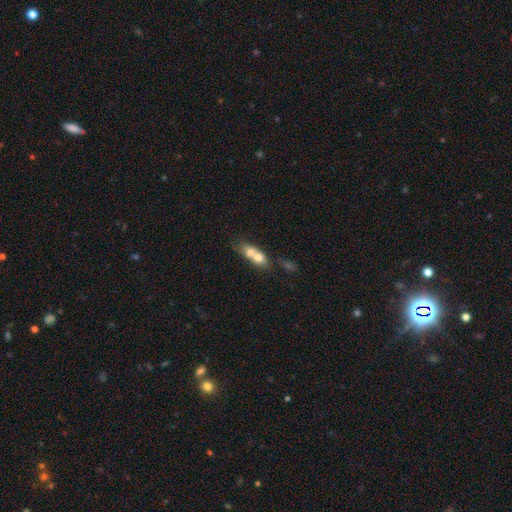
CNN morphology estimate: Smooth or featured? Predicted: smooth (p=0.63). How rounded? Predicted: in between (p=0.55). Merging? Predicted: merger (p=0.69).